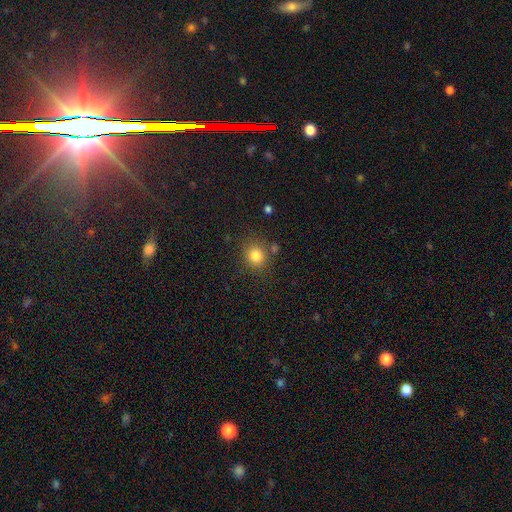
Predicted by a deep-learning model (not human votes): This appears to be a smooth galaxy with no disk features (82%) that is round (81%). Merging: none (78%).